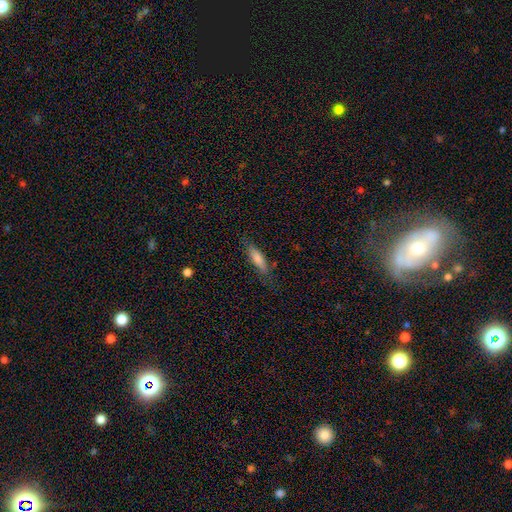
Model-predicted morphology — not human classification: This appears to be a smooth galaxy with no disk features (72%) that is cigar-shaped (69%). Merging: none (80%).